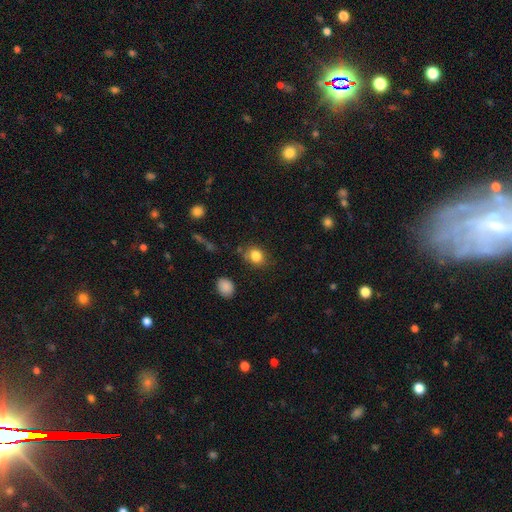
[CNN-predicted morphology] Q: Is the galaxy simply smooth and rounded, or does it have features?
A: smooth — 84%.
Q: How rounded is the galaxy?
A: round — 56%.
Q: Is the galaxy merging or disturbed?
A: none — 76%.